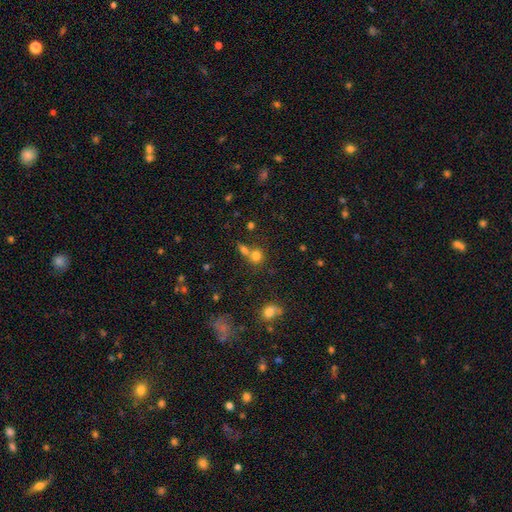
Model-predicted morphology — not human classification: Smooth or featured? Predicted: smooth (p=0.76). How rounded? Predicted: round (p=0.78). Merging? Predicted: none (p=0.45).